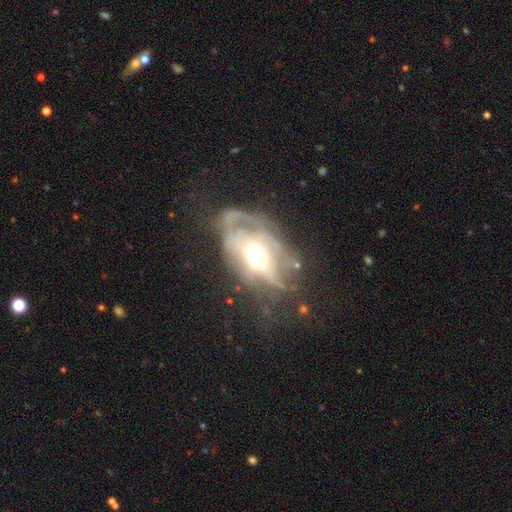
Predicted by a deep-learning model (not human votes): Smooth or featured: featured or disk — 71% (smooth — 20%)
Edge-on disk: no — 90% (yes — 10%)
Bar: no — 66% (weak — 23%)
Spiral arms: no — 53% (yes — 47%)
Bulge size: moderate — 64% (large — 22%)
Merging: major disturbance — 42% (none — 31%)